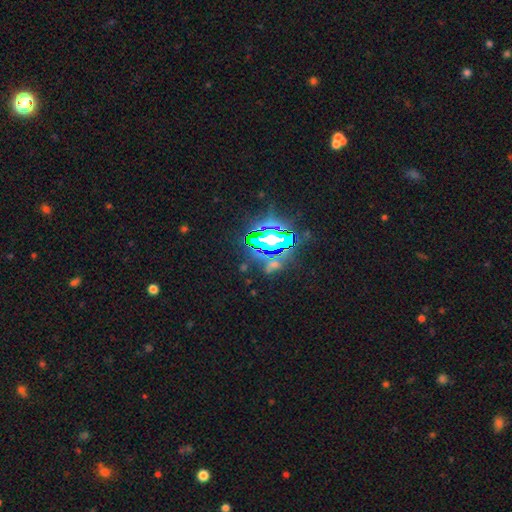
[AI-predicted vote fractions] Smooth or featured? star or artifact (84%)